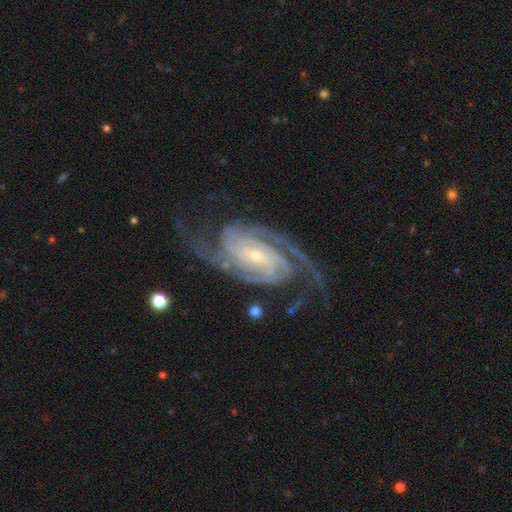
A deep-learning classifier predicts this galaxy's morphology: featured or disk 93%, star or artifact 4%, smooth 3%. Down the decision tree: edge-on disk — no (97%); bar — no (42%); spiral arms — yes (99%); spiral arm count — 2 (52%); spiral winding — tight (54%); bulge size — small (75%); merging — none (73%).